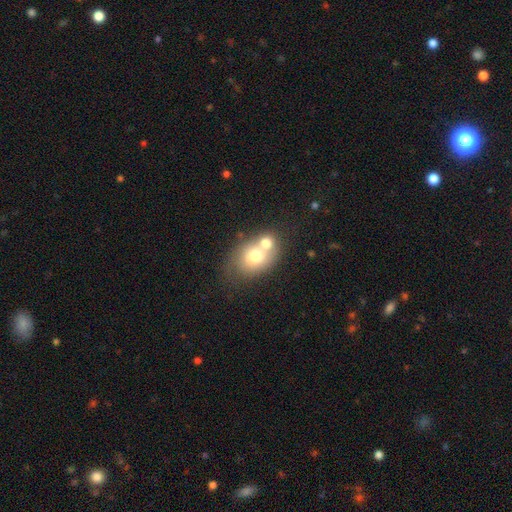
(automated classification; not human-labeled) Overall: smooth (66%). How rounded: in between (64%; round 35%). Merging: merger (58%; none 27%).